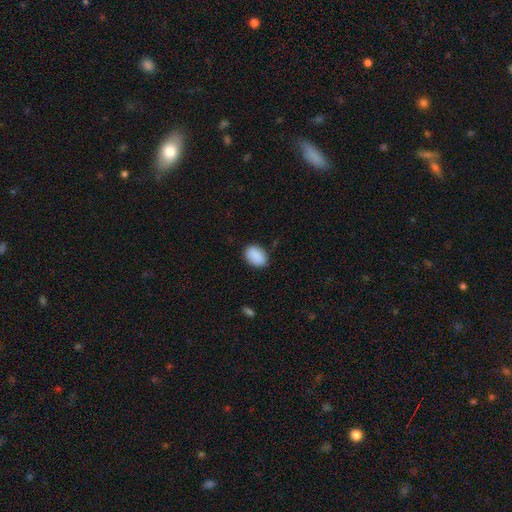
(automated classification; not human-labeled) smooth_or_featured: smooth (p=0.90) [alt: star or artifact p=0.07]
how_rounded: in between (p=0.80) [alt: round p=0.19]
merging: none (p=0.84) [alt: minor disturbance p=0.12]